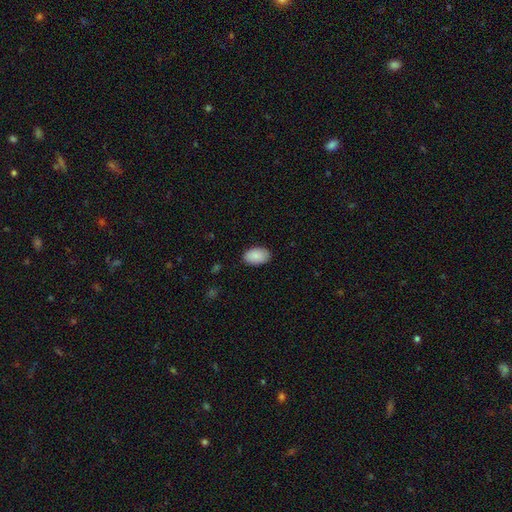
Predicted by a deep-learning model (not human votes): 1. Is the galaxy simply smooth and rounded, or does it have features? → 88% smooth, 7% star or artifact, 5% featured or disk.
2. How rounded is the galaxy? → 93% in between, 6% round, 1% cigar-shaped.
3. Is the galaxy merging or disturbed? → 87% none, 10% minor disturbance, 2% major disturbance, 1% merger.